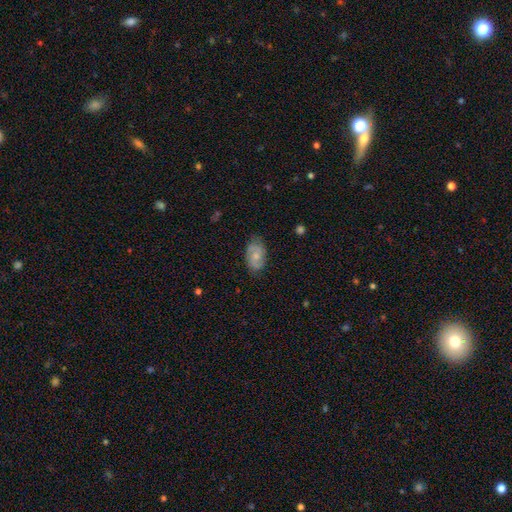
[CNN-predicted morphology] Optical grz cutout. It shows a featured or disk galaxy (49%). Merging: none (74%).